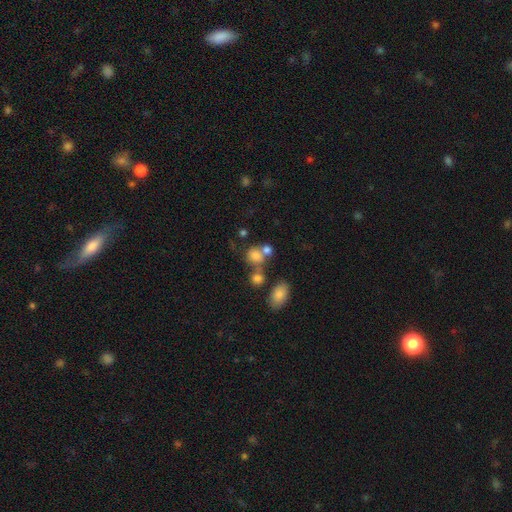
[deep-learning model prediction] Overall: smooth (76%). How rounded: round (63%; in between 36%). Merging: none (44%; merger 37%).